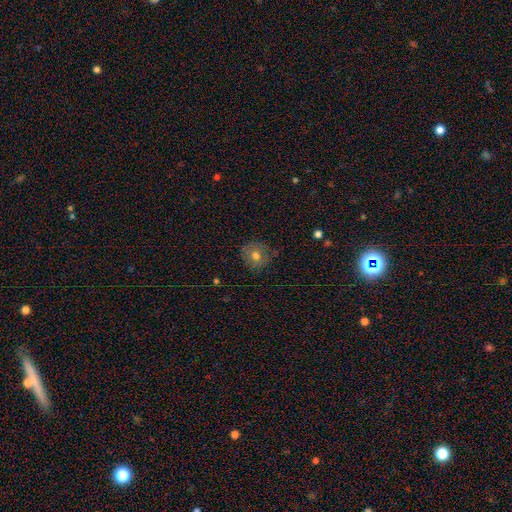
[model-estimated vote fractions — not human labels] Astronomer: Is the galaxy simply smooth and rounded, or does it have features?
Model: smooth — 71%.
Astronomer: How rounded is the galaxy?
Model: round — 90%.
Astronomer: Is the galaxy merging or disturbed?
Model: none — 78%.